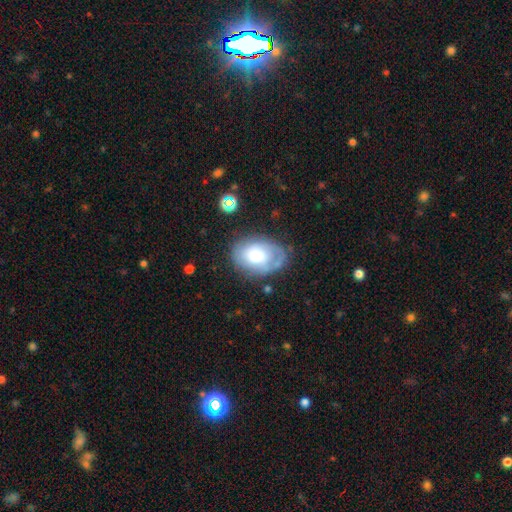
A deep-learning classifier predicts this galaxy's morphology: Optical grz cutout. It shows a smooth galaxy with no disk features (55%) that is in between round and cigar-shaped (80%). Merging: none (62%).